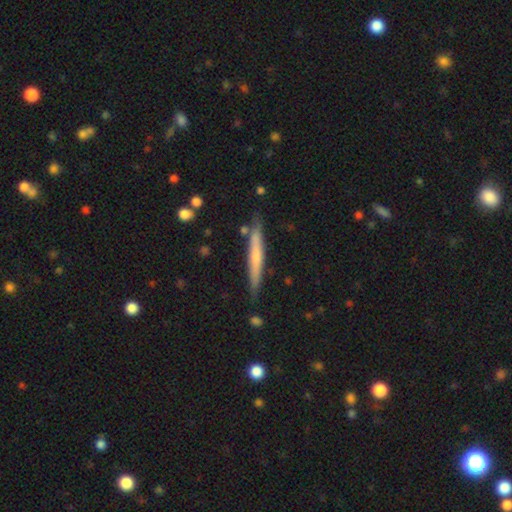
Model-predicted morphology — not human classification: Smooth or featured: smooth — 52% (featured or disk — 42%)
How rounded: cigar-shaped — 95% (in between — 3%)
Merging: none — 82% (minor disturbance — 12%)